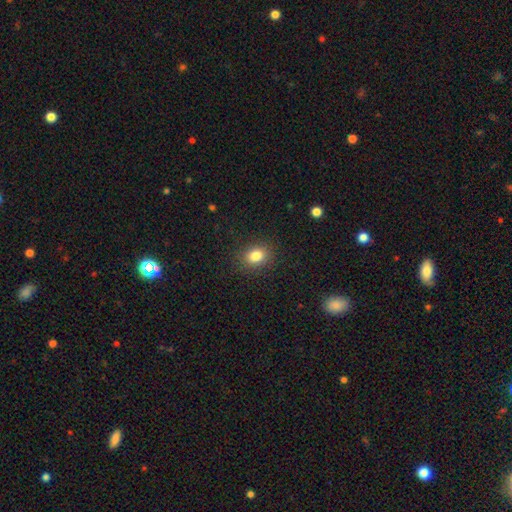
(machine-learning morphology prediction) The model was most divided on "how rounded": in between: 51%, round: 48%, cigar-shaped: 1%. More confident: merging — none (88%); smooth or featured — smooth (83%).